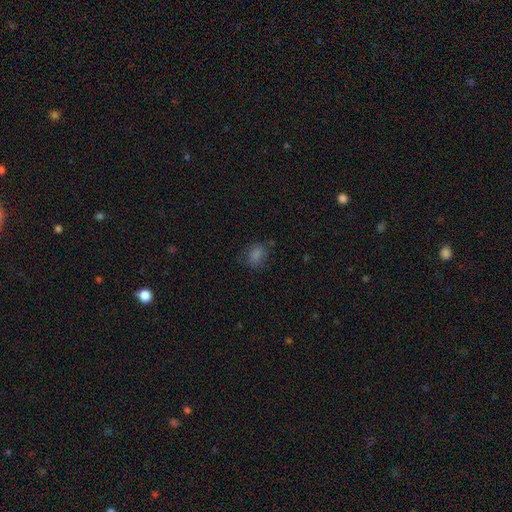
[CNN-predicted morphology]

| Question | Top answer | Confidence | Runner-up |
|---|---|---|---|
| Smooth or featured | smooth | 70% | star or artifact (22%) |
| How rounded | in between | 55% | round (44%) |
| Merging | none | 74% | minor disturbance (17%) |